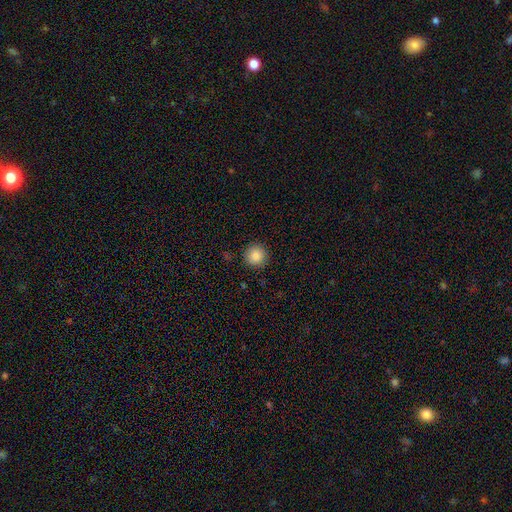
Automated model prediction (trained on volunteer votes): A smooth galaxy with no disk features (87%) that is round (95%).

Vote fractions:
- Smooth or featured? smooth: 87% / star or artifact: 9% / featured or disk: 4%
- How rounded? round: 95% / in between: 4% / cigar-shaped: 1%
- Merging? none: 91% / minor disturbance: 6% / major disturbance: 2% / merger: 1%